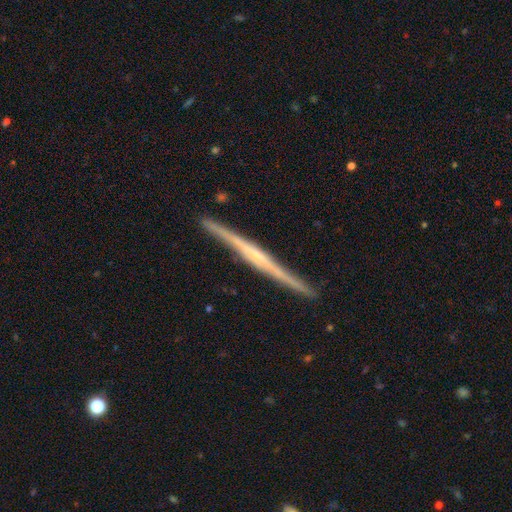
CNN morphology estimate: smooth-or-featured: featured or disk: 82% | smooth: 13% | star or artifact: 5%
  disk-edge-on: yes: 98% | no: 2%
    edge-on-bulge: rounded: 50% | none: 35% | boxy: 16%
  merging: none: 90% | minor disturbance: 7% | major disturbance: 1% | merger: 1%